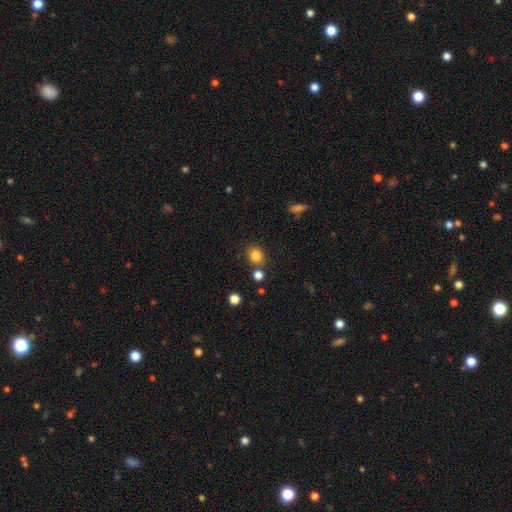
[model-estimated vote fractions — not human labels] Smooth or featured? smooth (83%)
How rounded? round (71%)
Merging? none (77%)